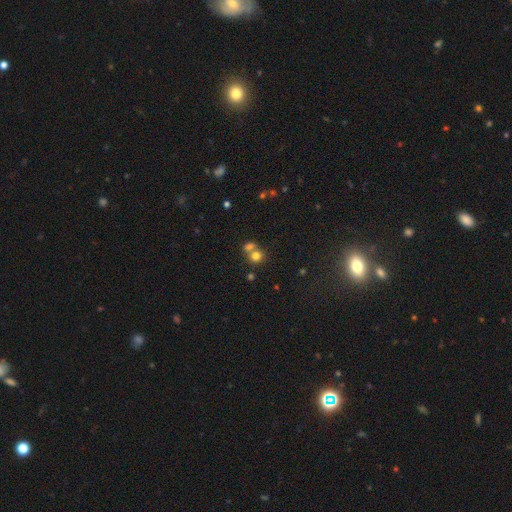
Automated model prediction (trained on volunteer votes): A smooth galaxy with no disk features (75%) that is round (81%).

Vote fractions:
- Smooth or featured? smooth: 75% / star or artifact: 15% / featured or disk: 10%
- How rounded? round: 81% / in between: 18% / cigar-shaped: 1%
- Merging? merger: 47% / none: 44% / minor disturbance: 7% / major disturbance: 3%